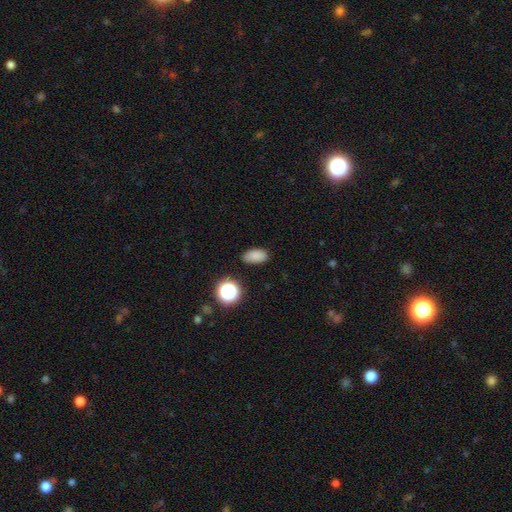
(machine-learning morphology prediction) Smooth or featured: smooth — 83% (star or artifact — 13%)
How rounded: in between — 88% (round — 9%)
Merging: none — 83% (minor disturbance — 12%)